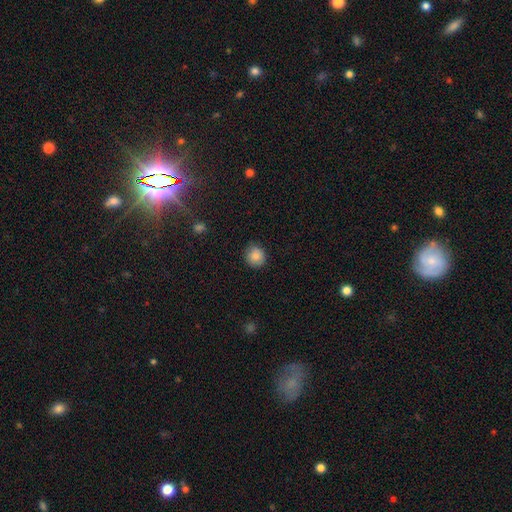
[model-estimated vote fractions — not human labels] Morphology: type=smooth (86%); roundness=round (86%); merging=none (85%).